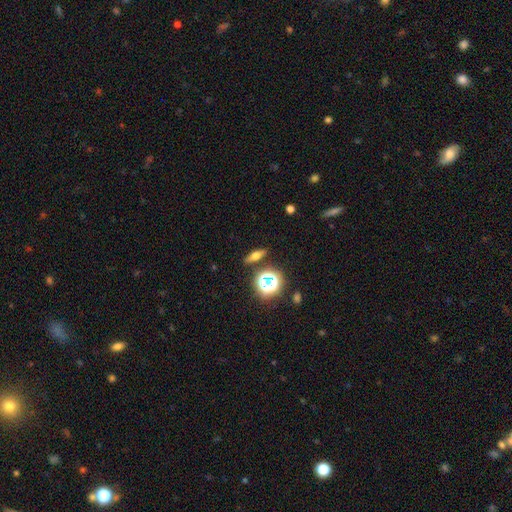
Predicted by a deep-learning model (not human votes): This appears to be a featured or disk galaxy (41%). Merging: none (87%).